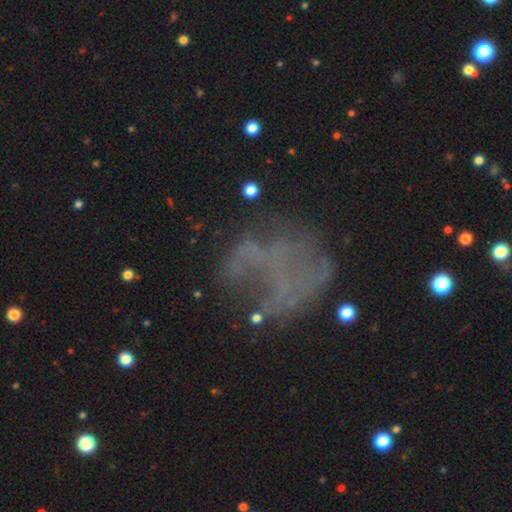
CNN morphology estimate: featured or disk 45%, star or artifact 28%, smooth 27%. Down the decision tree: merging — none (45%).